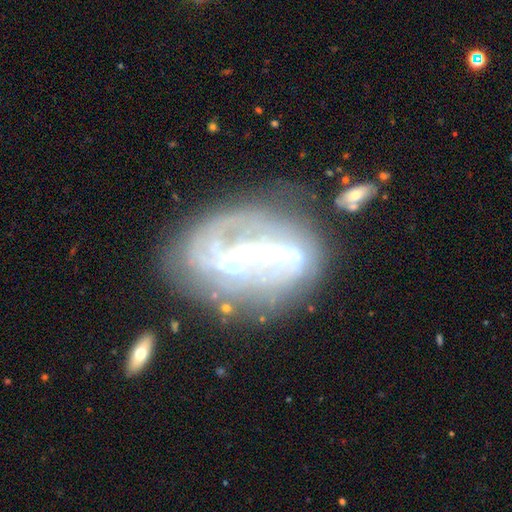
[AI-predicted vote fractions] featured or disk 80%, smooth 11%, star or artifact 9%. Down the decision tree: edge-on disk — no (90%); bar — strong (74%); spiral arms — yes (74%); spiral arm count — 2 (42%); spiral winding — tight (43%); bulge size — moderate (39%); merging — none (58%).